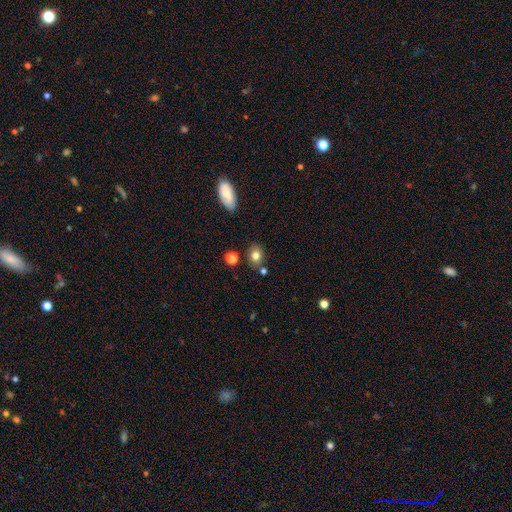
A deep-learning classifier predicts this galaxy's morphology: Q: Smooth or featured?
A: smooth (79%); runner-up: star or artifact (11%)
Q: How rounded?
A: in between (52%); runner-up: round (47%)
Q: Merging?
A: none (77%); runner-up: minor disturbance (12%)